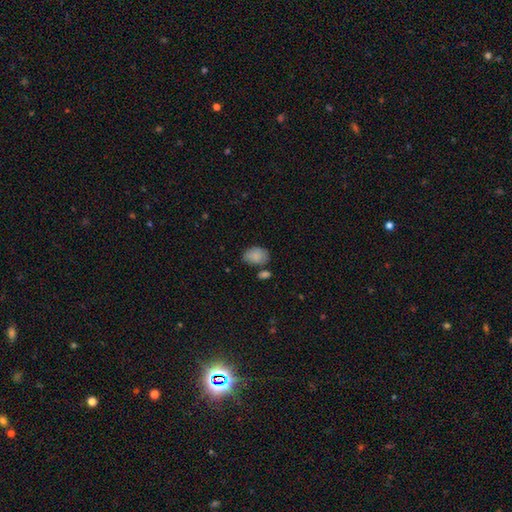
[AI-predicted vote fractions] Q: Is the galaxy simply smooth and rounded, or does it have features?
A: smooth — 86%.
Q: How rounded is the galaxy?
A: in between — 82%.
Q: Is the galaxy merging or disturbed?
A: none — 63%.